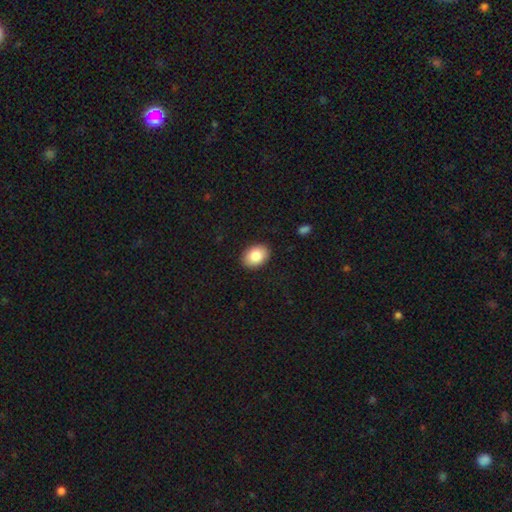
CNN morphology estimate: type=smooth (85%); roundness=in between (79%); merging=none (89%).